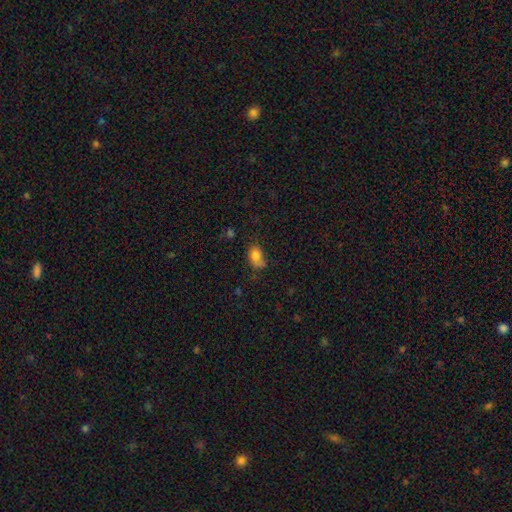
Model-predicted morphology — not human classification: smooth-or-featured: smooth: 78% | star or artifact: 11% | featured or disk: 11%
  how-rounded: in between: 71% | round: 27% | cigar-shaped: 2%
  merging: none: 42% | minor disturbance: 31% | major disturbance: 17% | merger: 10%